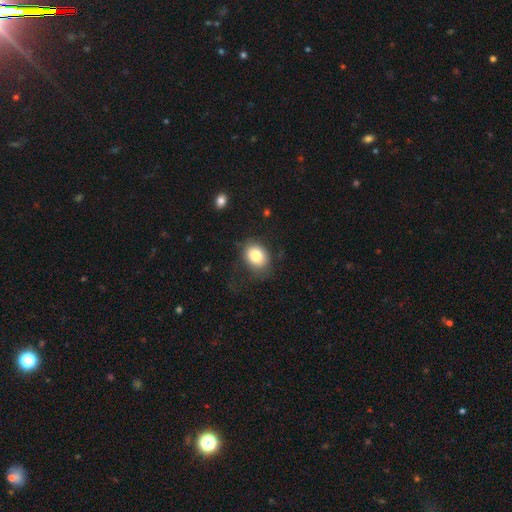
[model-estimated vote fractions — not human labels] This is clearly a smooth galaxy (81%). How rounded: possibly in between (57%). Merging: likely none (74%).